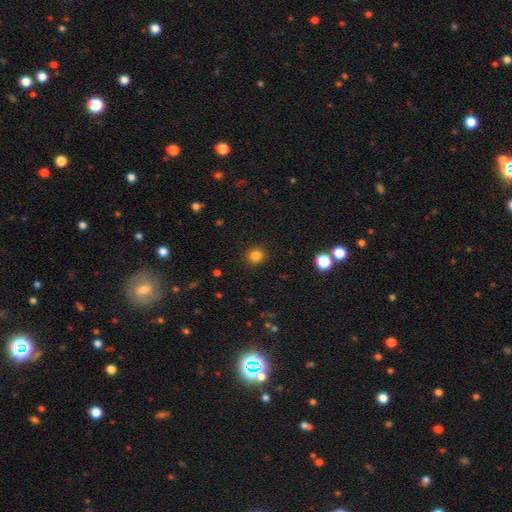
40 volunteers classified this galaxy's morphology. Overall: smooth (88%). How rounded: round (80%). Merging: none (89%).